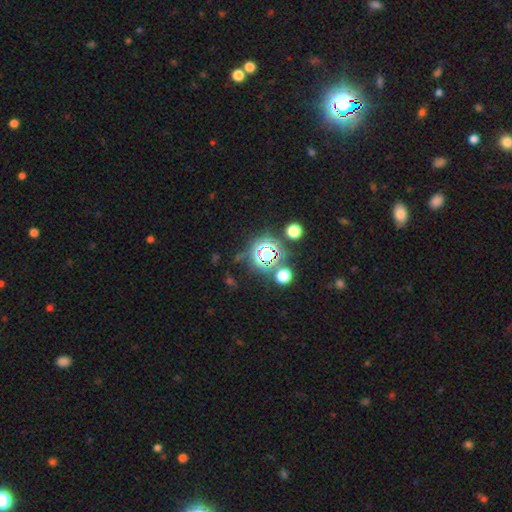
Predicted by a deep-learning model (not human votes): Morphology: type=star or artifact (71%).